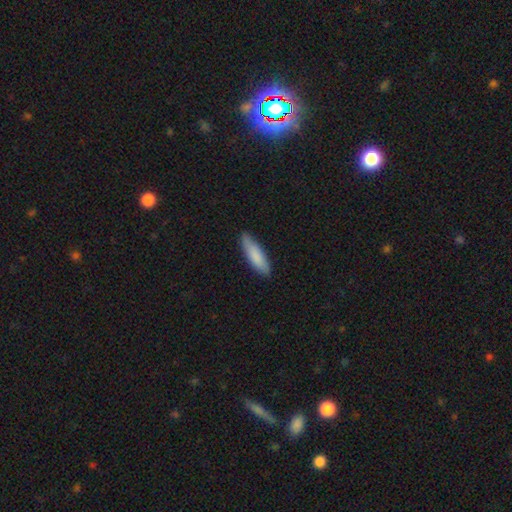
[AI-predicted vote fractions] A smooth galaxy with no disk features (83%) that is cigar-shaped (62%). Merging: none (83%).